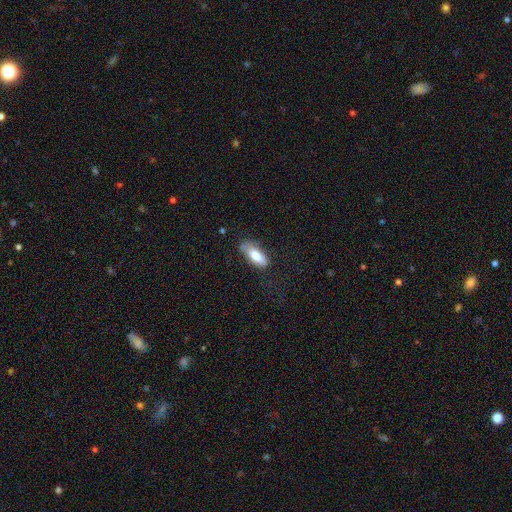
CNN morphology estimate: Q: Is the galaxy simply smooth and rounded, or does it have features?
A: smooth — 78%.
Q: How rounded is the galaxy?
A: in between — 75%.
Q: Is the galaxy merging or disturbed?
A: none — 58%.